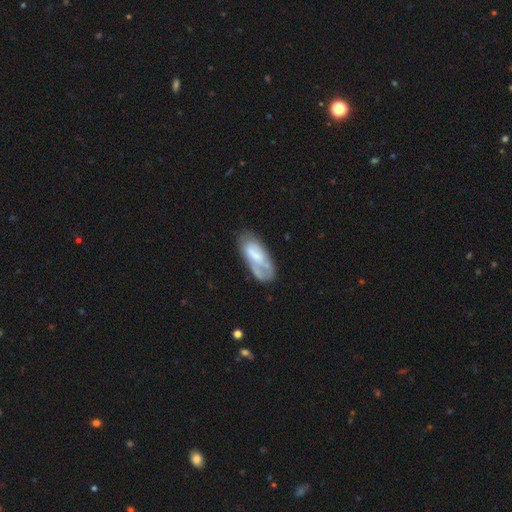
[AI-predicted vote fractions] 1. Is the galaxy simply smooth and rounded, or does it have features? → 49% smooth, 45% featured or disk, 7% star or artifact.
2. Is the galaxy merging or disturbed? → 52% none, 29% minor disturbance, 14% major disturbance, 4% merger.